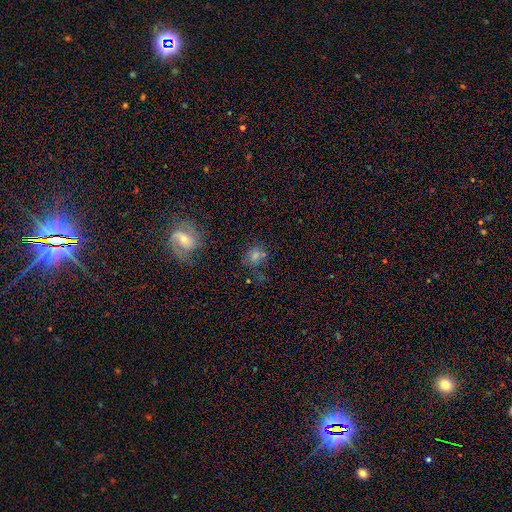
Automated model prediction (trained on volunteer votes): This is likely a smooth galaxy (63%). How rounded: likely round (64%). Merging: likely none (65%).